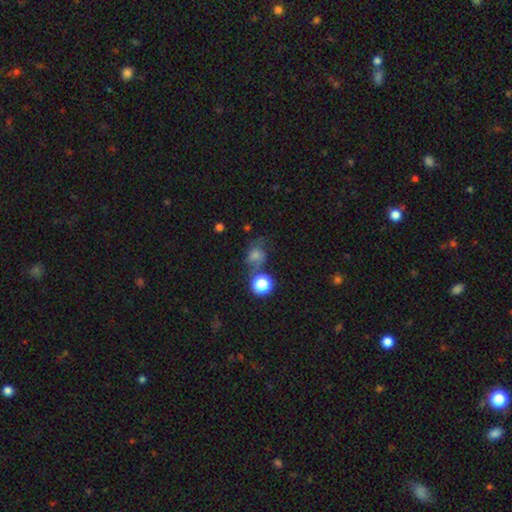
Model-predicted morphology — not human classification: Overall: smooth (62%). How rounded: round (58%; in between 41%). Merging: none (42%; minor disturbance 24%).